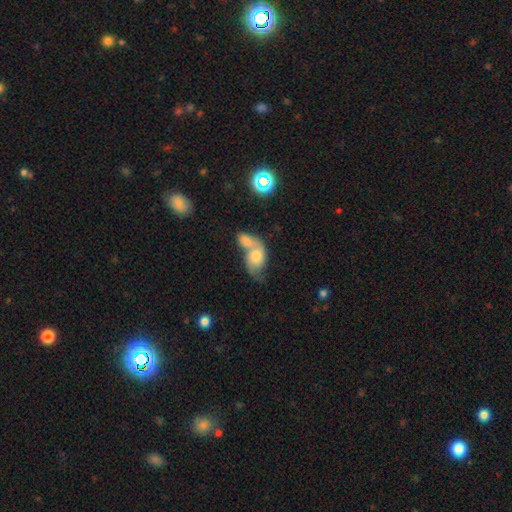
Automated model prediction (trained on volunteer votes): A smooth galaxy with no disk features (55%) that is in between round and cigar-shaped (83%). Merging: merger (68%).